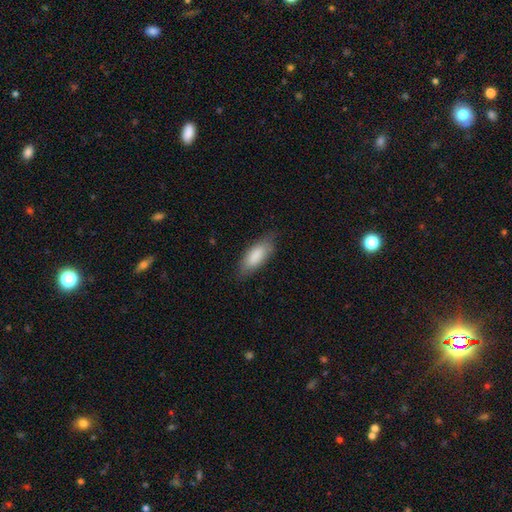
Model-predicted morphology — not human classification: smooth_or_featured: smooth (p=0.85) [alt: featured or disk p=0.09]
how_rounded: in between (p=0.77) [alt: cigar-shaped p=0.21]
merging: none (p=0.77) [alt: minor disturbance p=0.18]